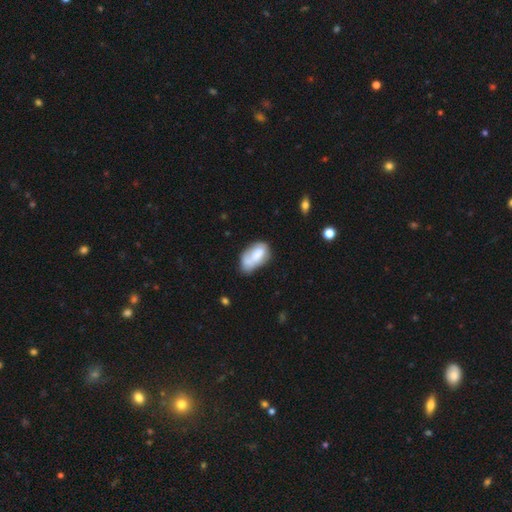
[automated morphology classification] This appears to be a smooth galaxy with no disk features (67%) that is in between round and cigar-shaped (92%). Merging: none (36%).